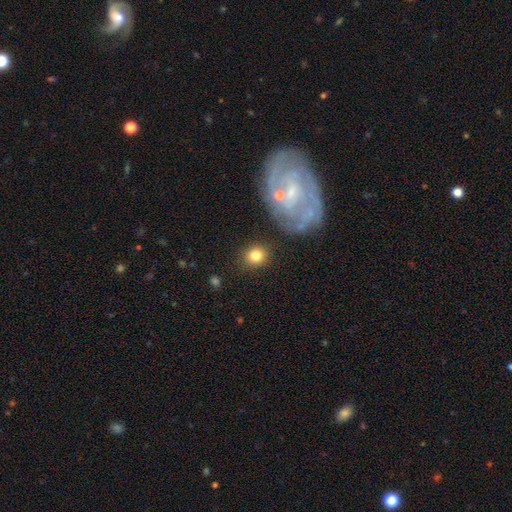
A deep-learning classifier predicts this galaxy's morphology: Smooth or featured?
  - smooth: 81% *
  - featured or disk: 10%
  - star or artifact: 9%
How rounded?
  - round: 81% *
  - in between: 18%
  - cigar-shaped: 1%
Merging?
  - none: 84% *
  - minor disturbance: 8%
  - merger: 4%
  - major disturbance: 4%